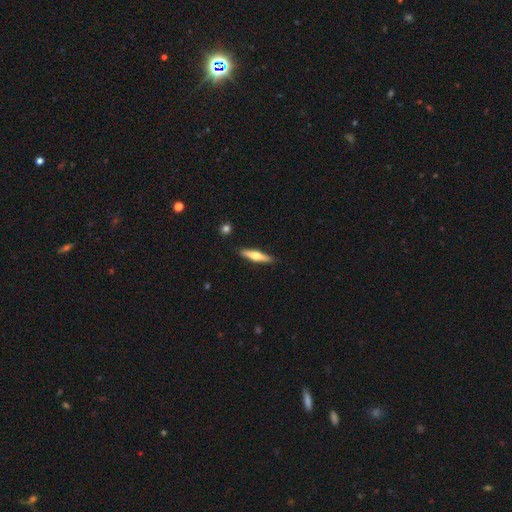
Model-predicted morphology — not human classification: Smooth or featured?
  - featured or disk: 50% *
  - smooth: 45%
  - star or artifact: 5%
Merging?
  - none: 90% *
  - minor disturbance: 7%
  - major disturbance: 2%
  - merger: 1%